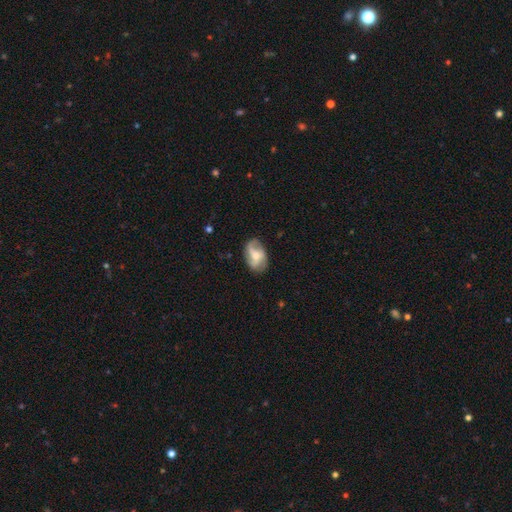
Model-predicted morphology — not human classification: The model was most divided on "spiral arm count": 2: 36%, 3: 35%, can't tell: 15%, 4: 5%, 1: 5%, more than 4: 3%. Remaining: edge-on disk — no (96%); spiral arms — yes (89%); merging — none (69%); smooth or featured — featured or disk (62%); bar — no (52%); bulge size — moderate (46%); spiral winding — medium (43%).